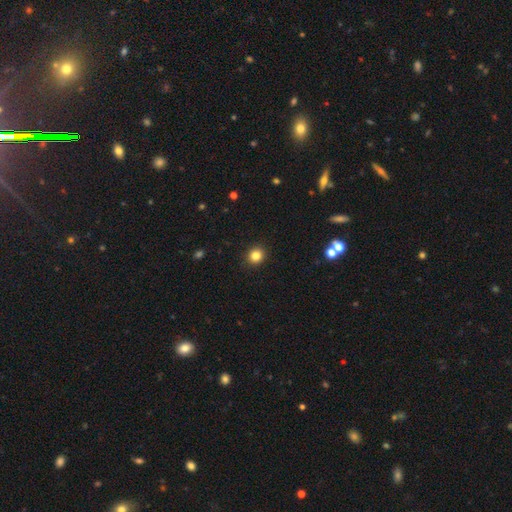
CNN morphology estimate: A smooth galaxy with no disk features (83%) that is round (89%).

Vote fractions:
- Smooth or featured? smooth: 83% / star or artifact: 12% / featured or disk: 5%
- How rounded? round: 89% / in between: 10% / cigar-shaped: 1%
- Merging? none: 92% / minor disturbance: 5% / major disturbance: 2% / merger: 1%